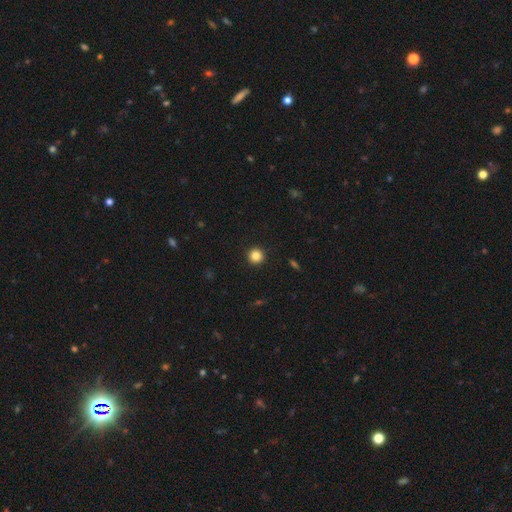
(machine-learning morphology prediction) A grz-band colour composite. It shows a smooth galaxy with no disk features (84%) that is round (96%). Merging: none (93%).